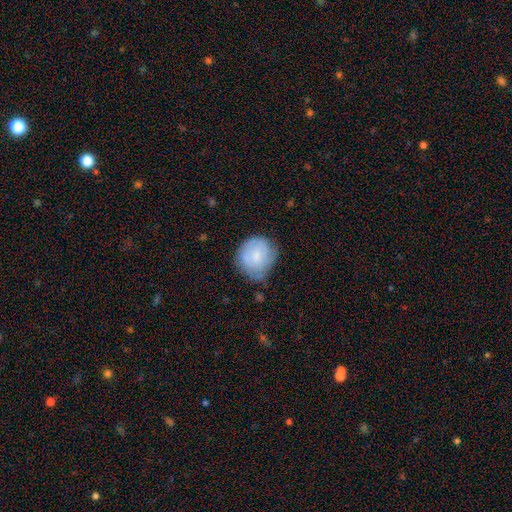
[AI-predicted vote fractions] This appears to be a smooth galaxy with no disk features (64%) that is round (79%). Merging: none (53%).